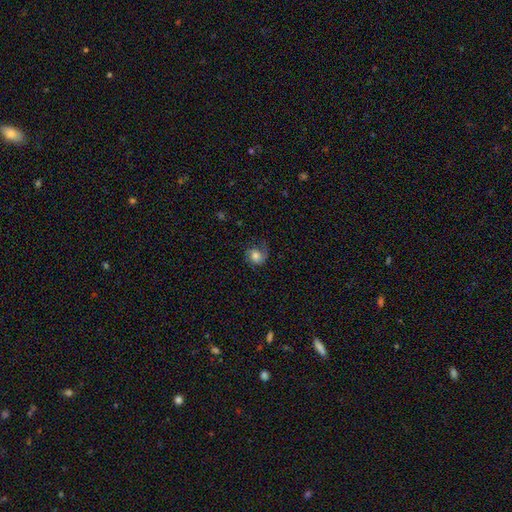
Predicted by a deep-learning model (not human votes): Morphology: type=smooth (60%); roundness=round (72%); merging=none (57%).